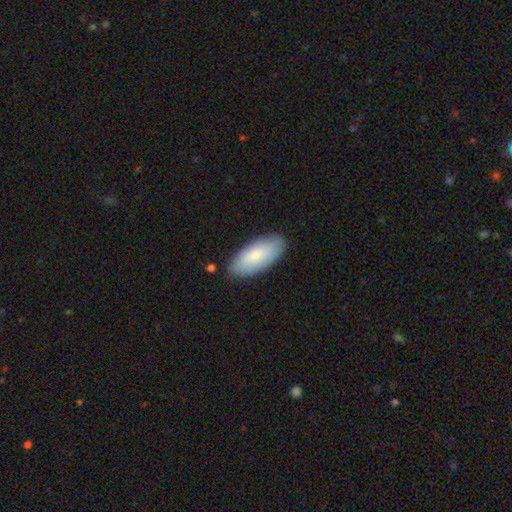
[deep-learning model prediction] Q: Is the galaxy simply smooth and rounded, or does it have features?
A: smooth — 76%.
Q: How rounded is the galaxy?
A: in between — 90%.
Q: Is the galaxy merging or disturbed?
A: none — 81%.